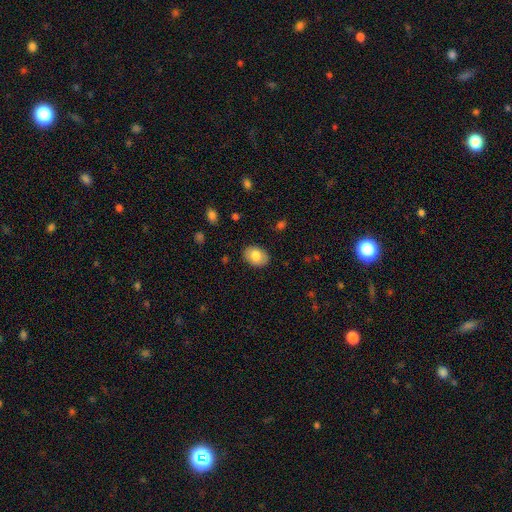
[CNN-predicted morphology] A smooth galaxy with no disk features (79%) that is in between round and cigar-shaped (73%). Merging: none (87%).